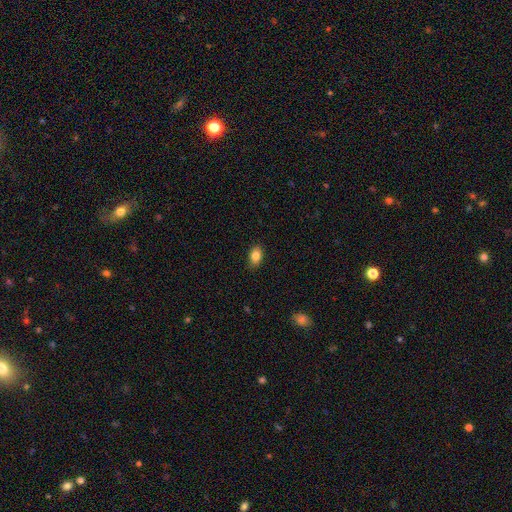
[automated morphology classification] Smooth or featured: smooth — 84% (star or artifact — 8%)
How rounded: in between — 84% (round — 14%)
Merging: none — 86% (minor disturbance — 11%)